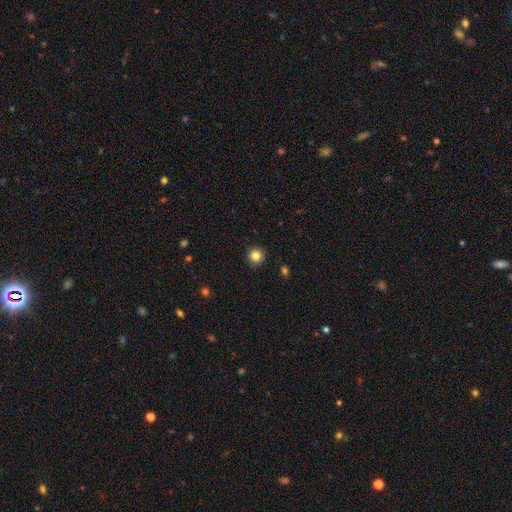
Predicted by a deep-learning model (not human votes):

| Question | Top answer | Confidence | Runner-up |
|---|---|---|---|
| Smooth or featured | smooth | 84% | star or artifact (11%) |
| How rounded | round | 95% | in between (4%) |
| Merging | none | 93% | minor disturbance (5%) |